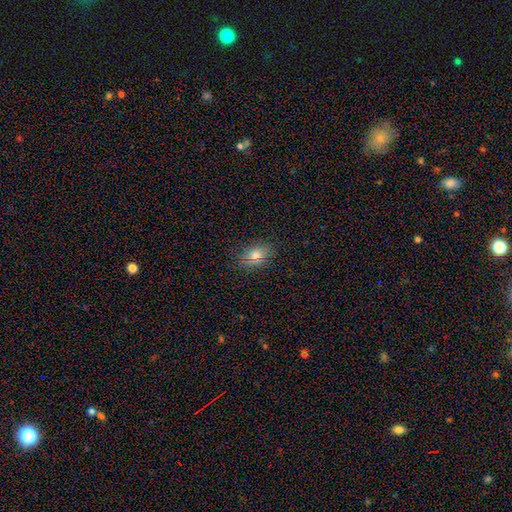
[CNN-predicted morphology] Smooth or featured? Predicted: smooth (p=0.70). How rounded? Predicted: in between (p=0.75). Merging? Predicted: none (p=0.86).